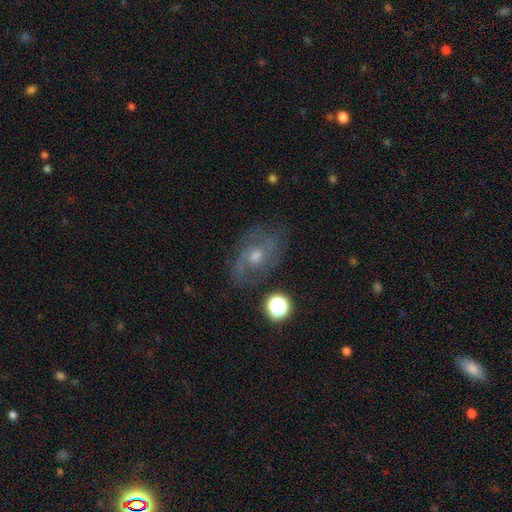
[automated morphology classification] A featured or disk galaxy (62%) with no bar (74%), spiral arms (74%) and a moderate central bulge (60%). Merging: none (65%).